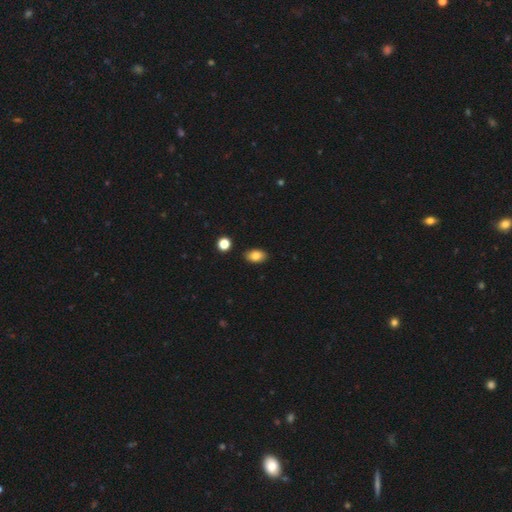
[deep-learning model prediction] Smooth or featured? Predicted: smooth (p=0.82). How rounded? Predicted: in between (p=0.90). Merging? Predicted: none (p=0.89).